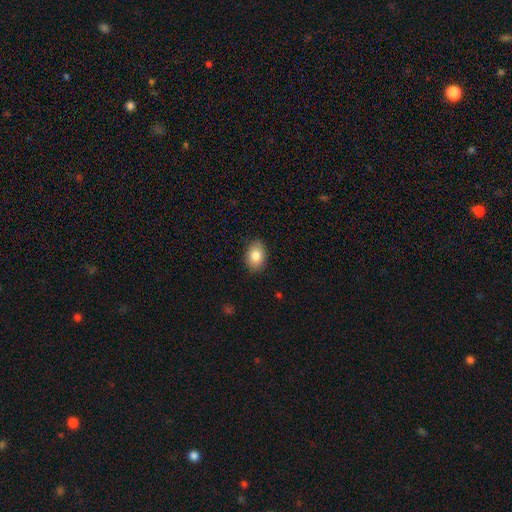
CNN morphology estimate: This appears to be a smooth galaxy with no disk features (81%) that is in between round and cigar-shaped (78%). Merging: none (88%).